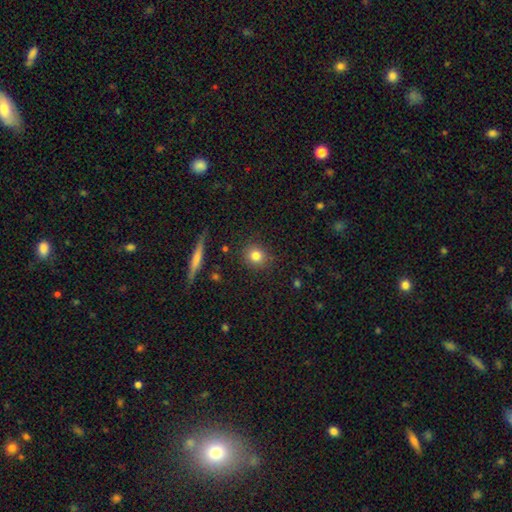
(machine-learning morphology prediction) Overall: smooth (81%). How rounded: round (83%). Merging: none (88%).